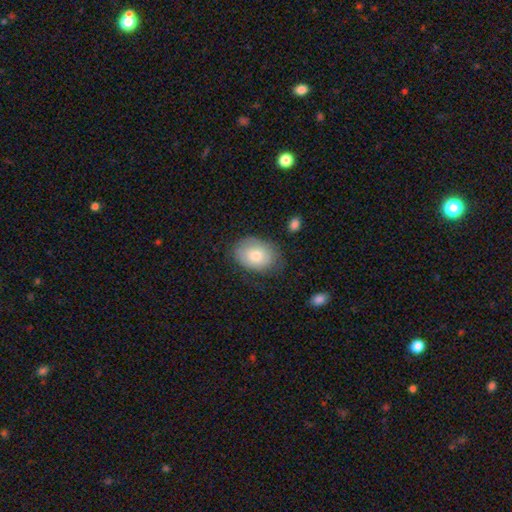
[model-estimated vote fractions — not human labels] Morphology: type=smooth (75%); roundness=in between (75%); merging=none (70%).